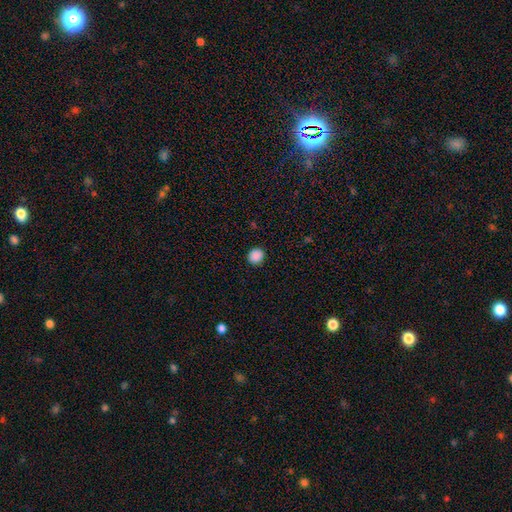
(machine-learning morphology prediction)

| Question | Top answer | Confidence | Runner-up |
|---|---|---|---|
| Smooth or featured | smooth | 88% | star or artifact (9%) |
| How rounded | round | 89% | in between (10%) |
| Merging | none | 92% | minor disturbance (5%) |